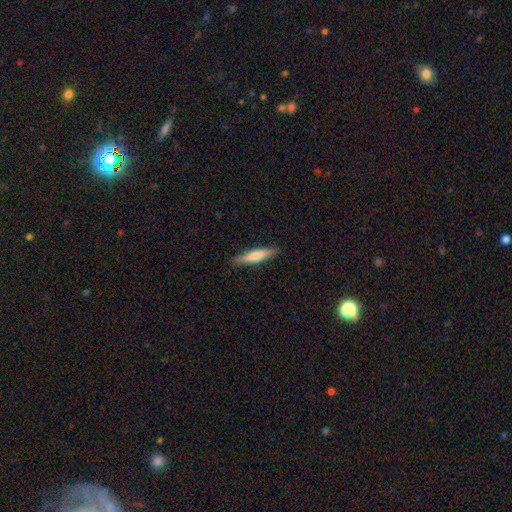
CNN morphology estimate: Smooth or featured? Predicted: smooth (p=0.71). How rounded? Predicted: cigar-shaped (p=0.87). Merging? Predicted: none (p=0.89).